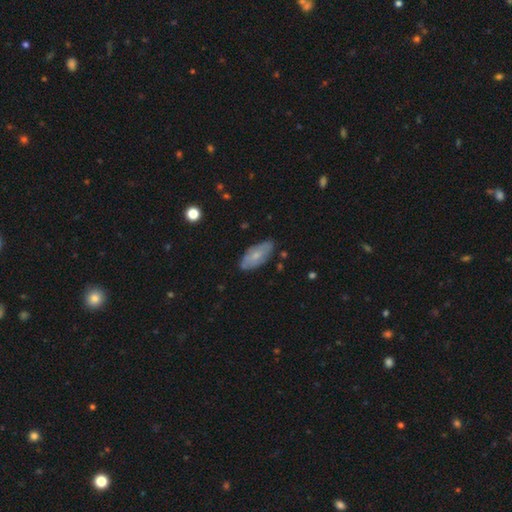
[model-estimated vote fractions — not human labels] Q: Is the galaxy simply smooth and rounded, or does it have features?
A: smooth — 59%.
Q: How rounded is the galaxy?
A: in between — 87%.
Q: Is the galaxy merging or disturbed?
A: none — 77%.